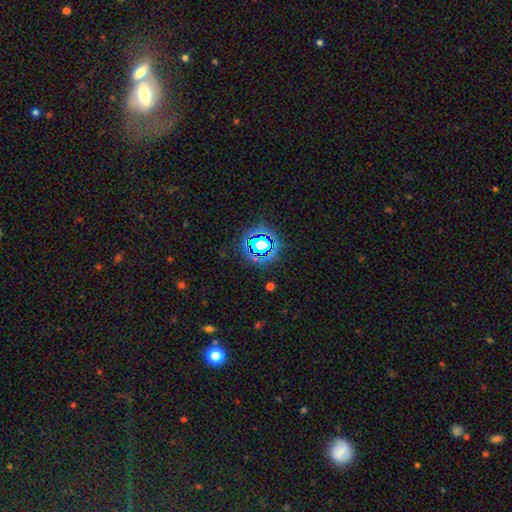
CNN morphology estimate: A star or artifact, not a galaxy (74%).